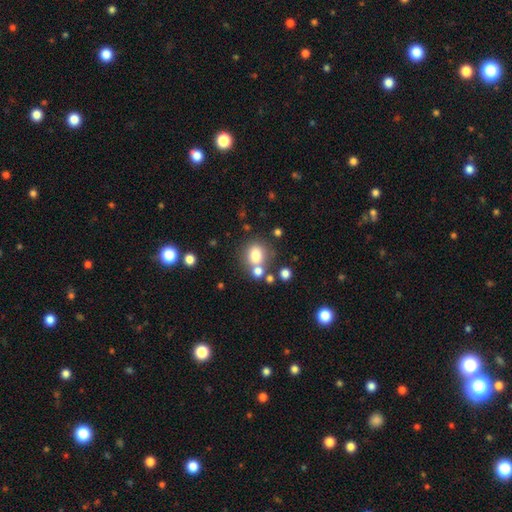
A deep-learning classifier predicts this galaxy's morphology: Smooth or featured?
  - smooth: 76% *
  - star or artifact: 13%
  - featured or disk: 11%
How rounded?
  - round: 73% *
  - in between: 26%
  - cigar-shaped: 1%
Merging?
  - none: 59% *
  - merger: 25%
  - minor disturbance: 11%
  - major disturbance: 5%